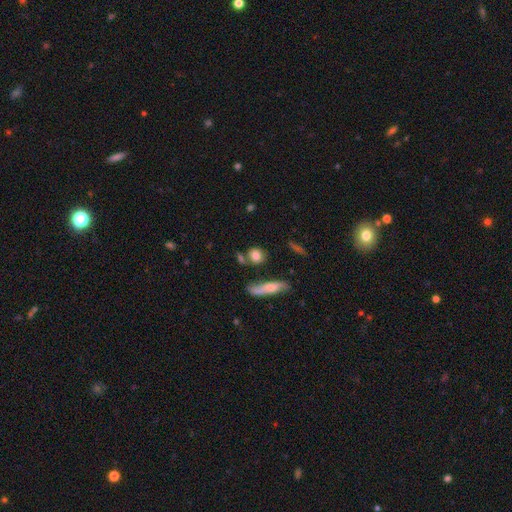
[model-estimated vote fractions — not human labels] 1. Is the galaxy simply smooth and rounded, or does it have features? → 79% smooth, 12% featured or disk, 10% star or artifact.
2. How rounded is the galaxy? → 67% round, 25% in between, 8% cigar-shaped.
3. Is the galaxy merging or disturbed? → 65% none, 15% merger, 15% minor disturbance, 6% major disturbance.